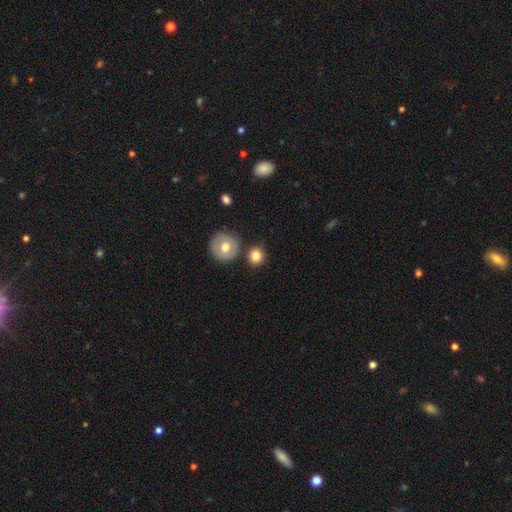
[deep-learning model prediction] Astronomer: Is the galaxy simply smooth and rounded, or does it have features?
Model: smooth — 81%.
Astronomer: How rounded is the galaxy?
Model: round — 85%.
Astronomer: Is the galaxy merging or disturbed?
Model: none — 76%.